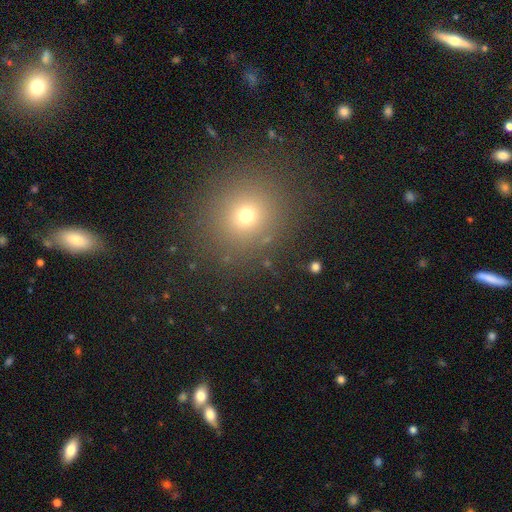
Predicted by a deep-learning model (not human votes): This appears to be a smooth galaxy with no disk features (64%) that is round (84%). Merging: none (89%).